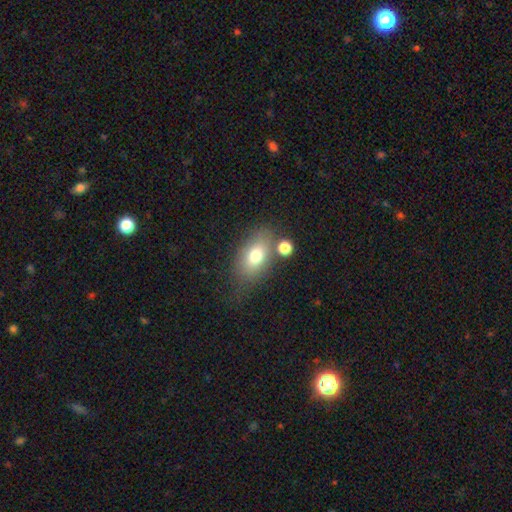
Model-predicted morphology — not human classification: Smooth or featured?
  - smooth: 73% *
  - featured or disk: 17%
  - star or artifact: 10%
How rounded?
  - in between: 84% *
  - round: 13%
  - cigar-shaped: 3%
Merging?
  - none: 60% *
  - minor disturbance: 17%
  - merger: 14%
  - major disturbance: 8%